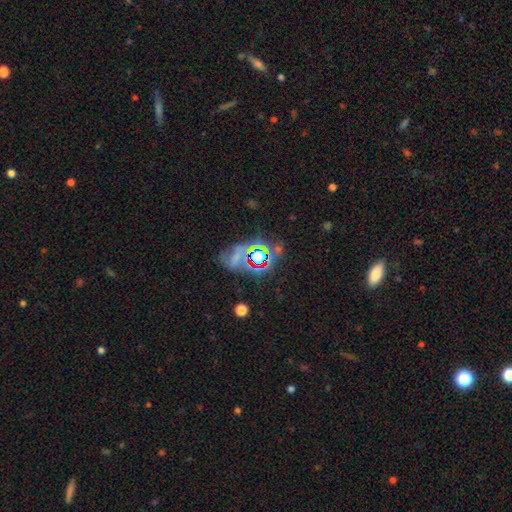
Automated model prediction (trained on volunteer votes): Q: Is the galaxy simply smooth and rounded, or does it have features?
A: star or artifact — 58%.